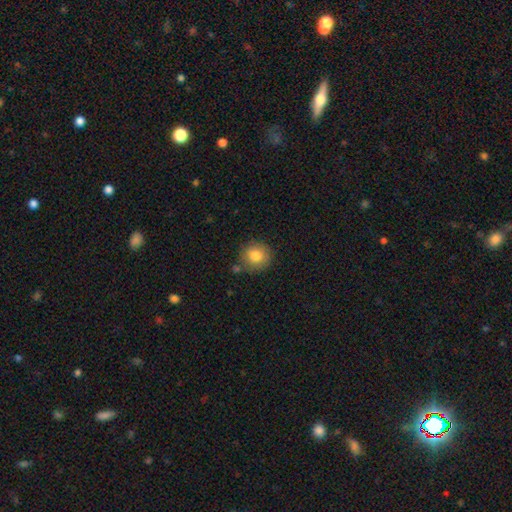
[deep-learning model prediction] Smooth or featured? smooth (82%)
How rounded? round (91%)
Merging? none (79%)